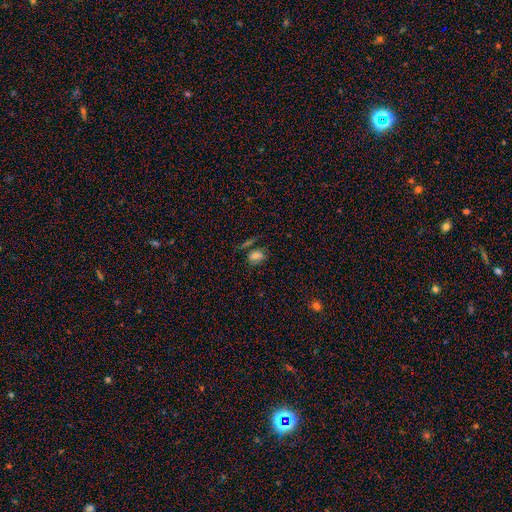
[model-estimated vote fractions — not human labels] Smooth or featured? Predicted: smooth (p=0.64). How rounded? Predicted: in between (p=0.70). Merging? Predicted: none (p=0.67).